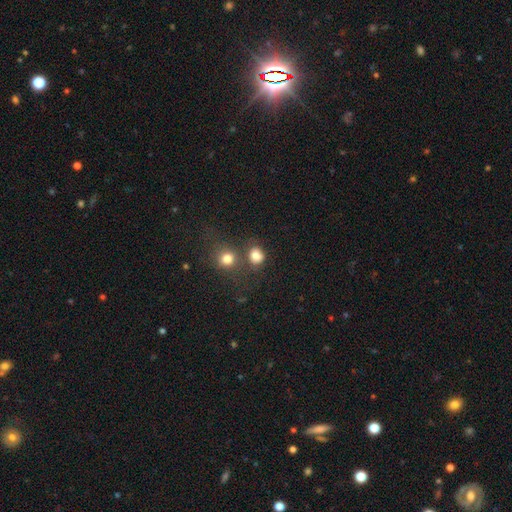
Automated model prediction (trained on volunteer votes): Smooth or featured? smooth (81%)
How rounded? round (67%)
Merging? none (58%)